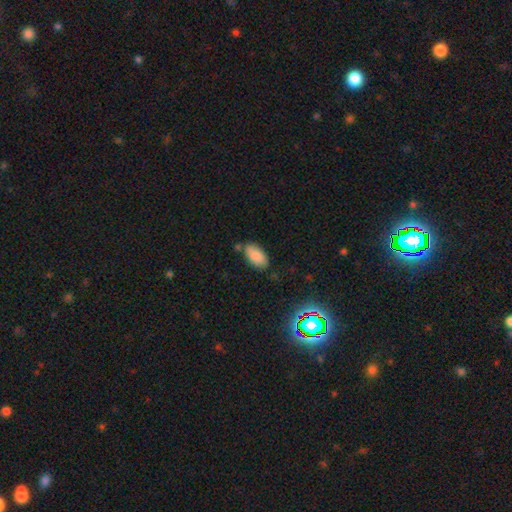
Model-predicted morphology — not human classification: The model was most divided on "merging": none: 69%, minor disturbance: 20%, merger: 7%, major disturbance: 4%. More confident: how rounded — in between (93%); smooth or featured — smooth (85%).